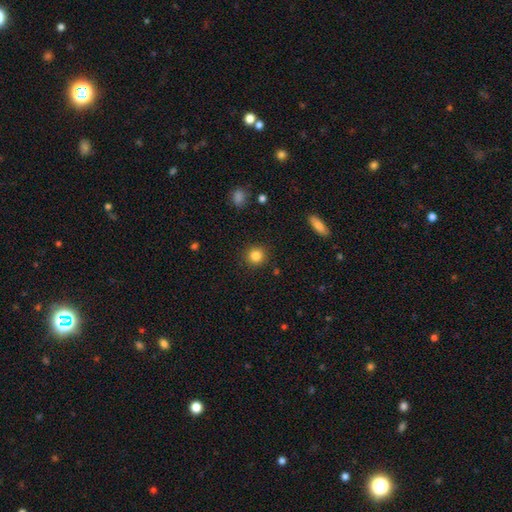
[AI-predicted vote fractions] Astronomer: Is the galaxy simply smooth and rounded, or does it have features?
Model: smooth — 84%.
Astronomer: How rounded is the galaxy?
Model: round — 92%.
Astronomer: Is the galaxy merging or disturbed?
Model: none — 90%.